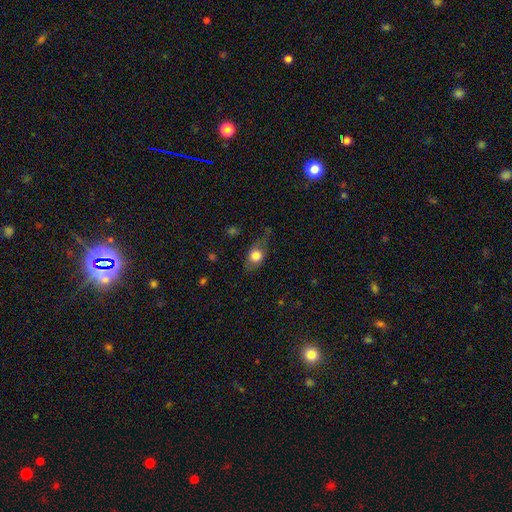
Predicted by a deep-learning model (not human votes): Smooth or featured? Predicted: smooth (p=0.72). How rounded? Predicted: in between (p=0.59). Merging? Predicted: none (p=0.56).